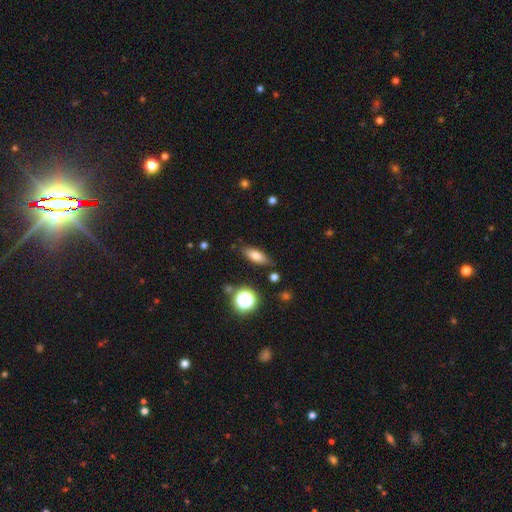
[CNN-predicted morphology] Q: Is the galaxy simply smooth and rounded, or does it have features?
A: smooth — 73%.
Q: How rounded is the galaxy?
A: in between — 66%.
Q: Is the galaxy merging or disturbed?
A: none — 80%.